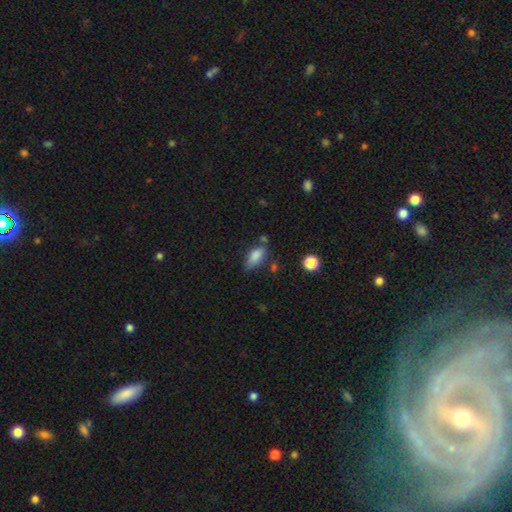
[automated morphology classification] Overall: smooth (83%). How rounded: in between (85%). Merging: none (55%; minor disturbance 30%).